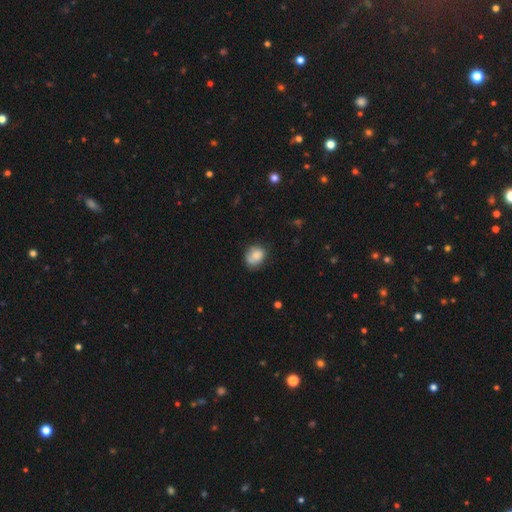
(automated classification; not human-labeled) Smooth or featured: smooth — 79% (featured or disk — 12%)
How rounded: in between — 51% (round — 48%)
Merging: none — 66% (minor disturbance — 26%)